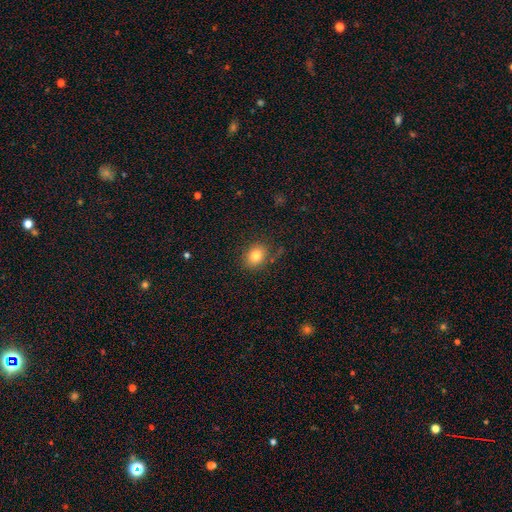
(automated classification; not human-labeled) Morphology: type=smooth (81%); roundness=in between (55%); merging=none (79%).